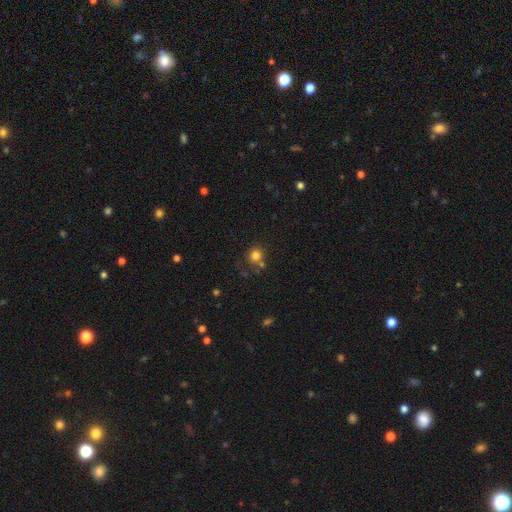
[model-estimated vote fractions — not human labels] This appears to be a smooth galaxy with no disk features (79%) that is round (87%). Merging: none (68%).